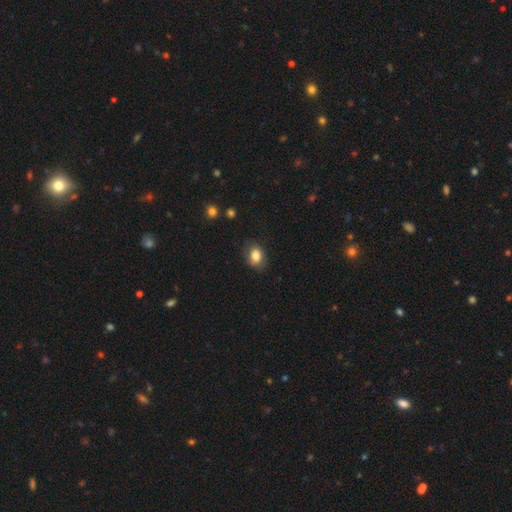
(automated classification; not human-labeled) A smooth galaxy with no disk features (84%) that is in between round and cigar-shaped (71%). Merging: none (76%).